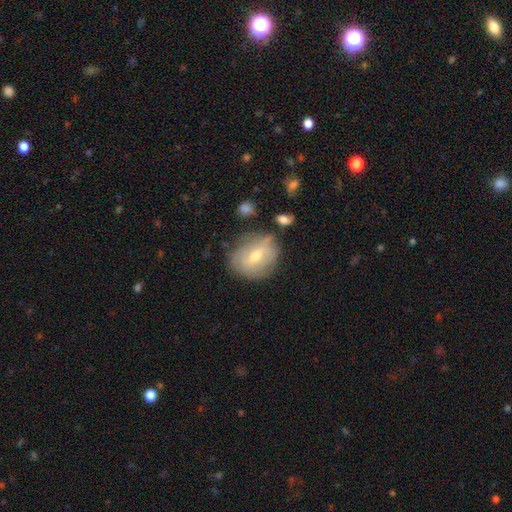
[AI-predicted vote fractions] A smooth galaxy with no disk features (48%). Merging: none (67%).